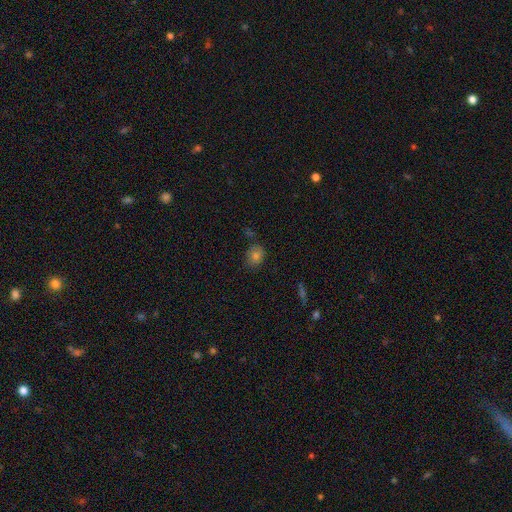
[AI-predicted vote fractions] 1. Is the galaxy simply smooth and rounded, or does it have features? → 78% smooth, 13% star or artifact, 9% featured or disk.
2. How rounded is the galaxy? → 52% round, 47% in between, 1% cigar-shaped.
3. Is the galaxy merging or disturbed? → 72% none, 19% minor disturbance, 5% merger, 4% major disturbance.